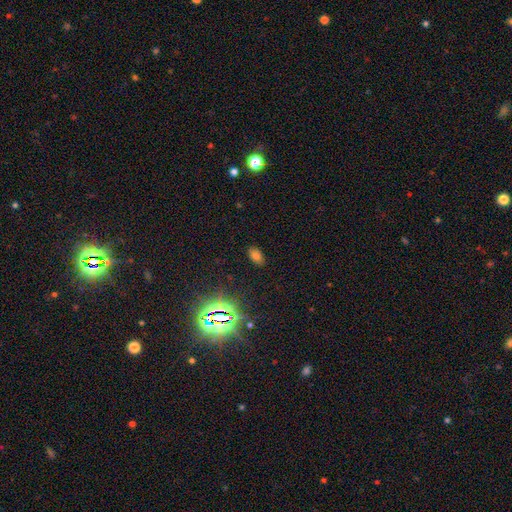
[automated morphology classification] This appears to be a smooth galaxy with no disk features (68%) that is in between round and cigar-shaped (91%). Merging: none (86%).